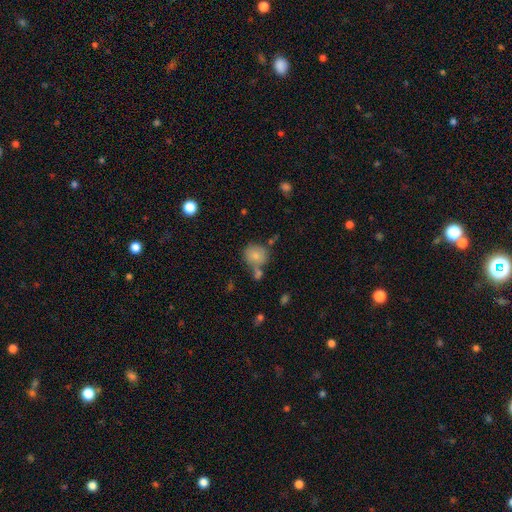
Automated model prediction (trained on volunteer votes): smooth_or_featured: smooth (p=0.77) [alt: featured or disk p=0.13]
how_rounded: round (p=0.81) [alt: in between p=0.18]
merging: none (p=0.53) [alt: merger p=0.27]